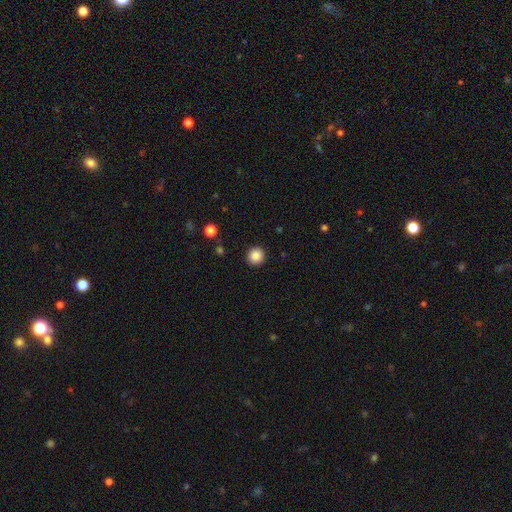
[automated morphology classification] Smooth or featured: smooth — 87% (star or artifact — 10%)
How rounded: round — 95% (in between — 4%)
Merging: none — 92% (minor disturbance — 5%)